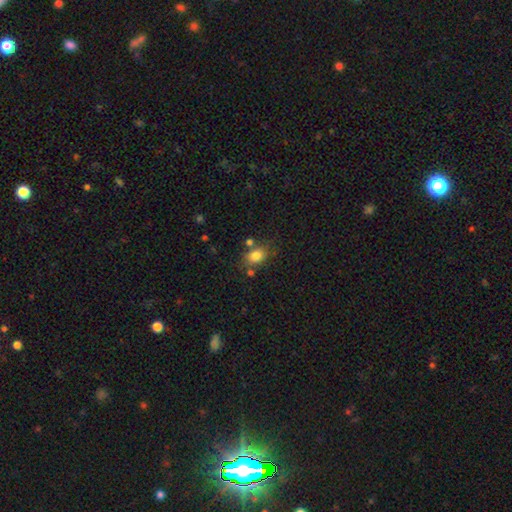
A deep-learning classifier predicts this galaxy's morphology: smooth_or_featured: smooth (p=0.81) [alt: star or artifact p=0.10]
how_rounded: in between (p=0.71) [alt: round p=0.27]
merging: none (p=0.66) [alt: minor disturbance p=0.17]